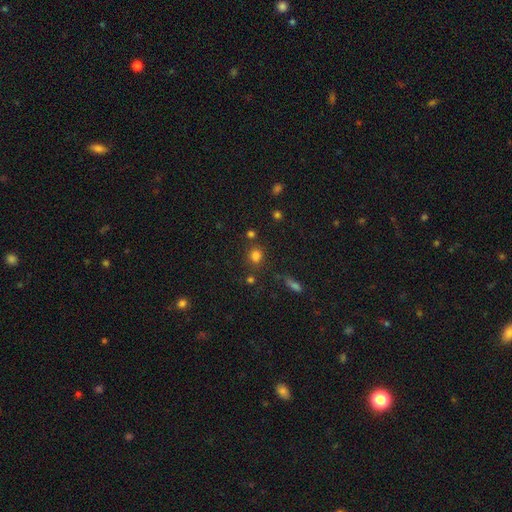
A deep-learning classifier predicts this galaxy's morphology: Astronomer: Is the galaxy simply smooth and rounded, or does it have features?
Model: smooth — 77%.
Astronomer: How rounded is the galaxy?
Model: round — 72%.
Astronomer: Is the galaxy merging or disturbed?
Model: none — 75%.